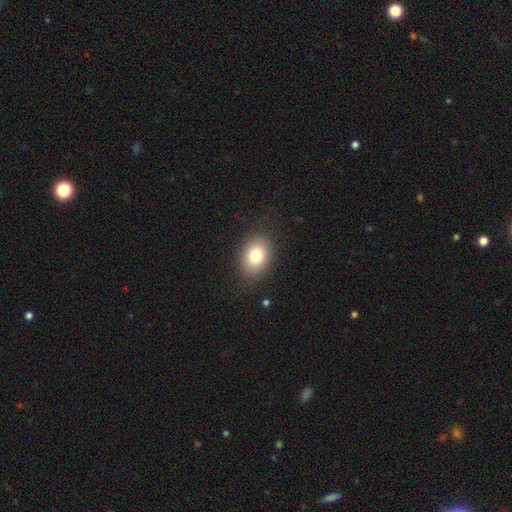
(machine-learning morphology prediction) Overall: smooth (81%). How rounded: in between (67%; round 32%). Merging: none (85%).